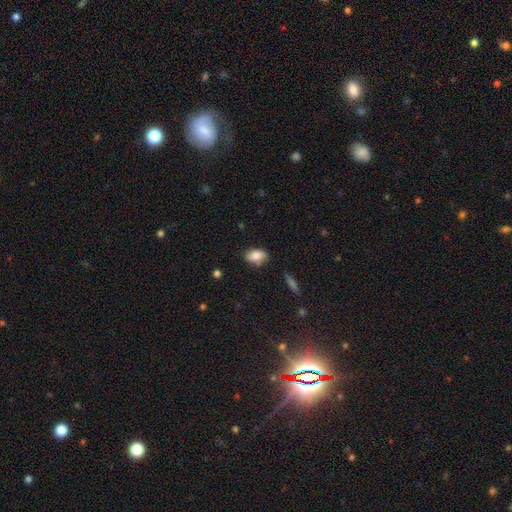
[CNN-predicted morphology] A smooth galaxy with no disk features (82%) that is in between round and cigar-shaped (88%).

Vote fractions:
- Smooth or featured? smooth: 82% / featured or disk: 10% / star or artifact: 7%
- How rounded? in between: 88% / round: 10% / cigar-shaped: 2%
- Merging? none: 79% / minor disturbance: 16% / major disturbance: 3% / merger: 2%